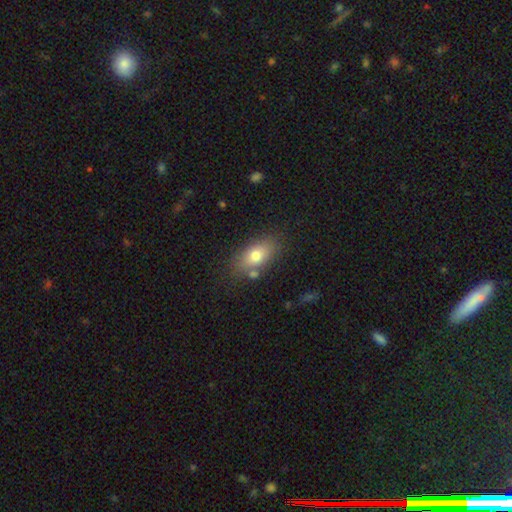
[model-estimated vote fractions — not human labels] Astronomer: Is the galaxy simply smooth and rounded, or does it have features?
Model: smooth — 75%.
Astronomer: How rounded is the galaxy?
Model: in between — 86%.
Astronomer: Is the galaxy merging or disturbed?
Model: none — 73%.